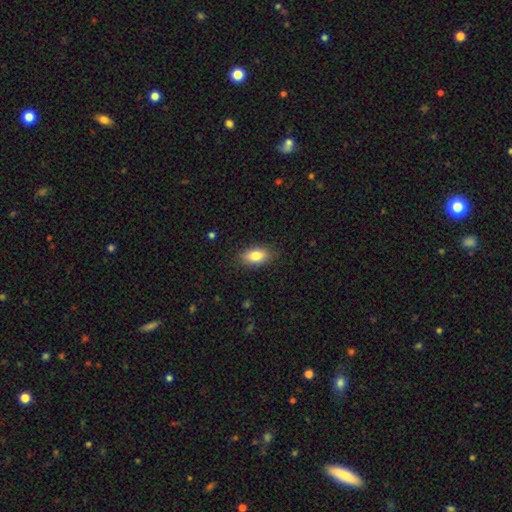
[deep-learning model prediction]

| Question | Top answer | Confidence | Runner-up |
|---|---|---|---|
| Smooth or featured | smooth | 82% | featured or disk (10%) |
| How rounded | in between | 89% | round (7%) |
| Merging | none | 87% | minor disturbance (9%) |